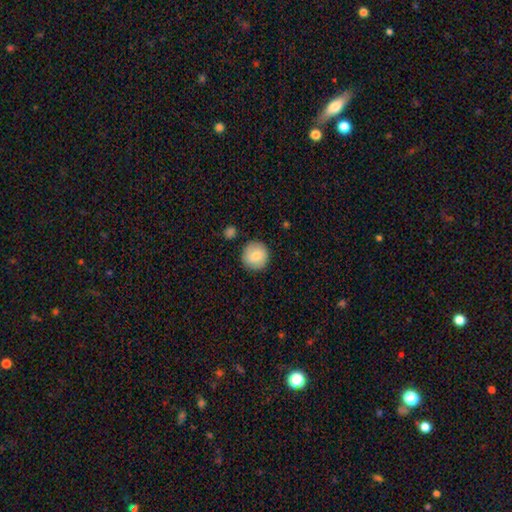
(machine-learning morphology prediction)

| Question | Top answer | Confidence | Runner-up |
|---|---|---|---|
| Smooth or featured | smooth | 84% | featured or disk (9%) |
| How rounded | round | 94% | in between (5%) |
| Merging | none | 87% | minor disturbance (9%) |